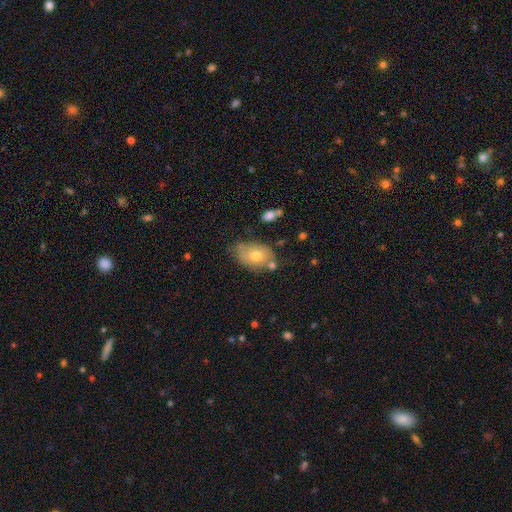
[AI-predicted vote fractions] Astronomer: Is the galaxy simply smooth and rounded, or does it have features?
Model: smooth — 67%.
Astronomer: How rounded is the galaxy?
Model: in between — 81%.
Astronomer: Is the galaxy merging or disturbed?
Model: none — 60%.